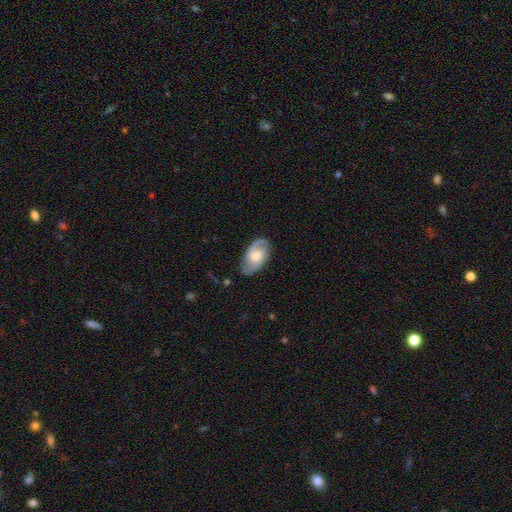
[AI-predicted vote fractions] A featured or disk galaxy (69%) with no bar (52%), 2 (82%) medium (48%) spiral arms (90%) and a moderate central bulge (59%).

Vote fractions:
- Smooth or featured? featured or disk: 69% / smooth: 25% / star or artifact: 6%
- Edge-on disk? no: 95% / yes: 5%
- Bar? no: 52% / weak: 41% / strong: 7%
- Spiral arms? yes: 90% / no: 10%
- Spiral winding? medium: 48% / loose: 26% / tight: 26%
- Spiral arm count? 2: 82% / can't tell: 9% / 1: 5% / 3: 2% / 4: 1% / more than 4: 1%
- Bulge size? moderate: 59% / small: 20% / large: 16% / none: 4% / dominant: 2%
- Merging? none: 76% / minor disturbance: 18% / major disturbance: 5% / merger: 1%